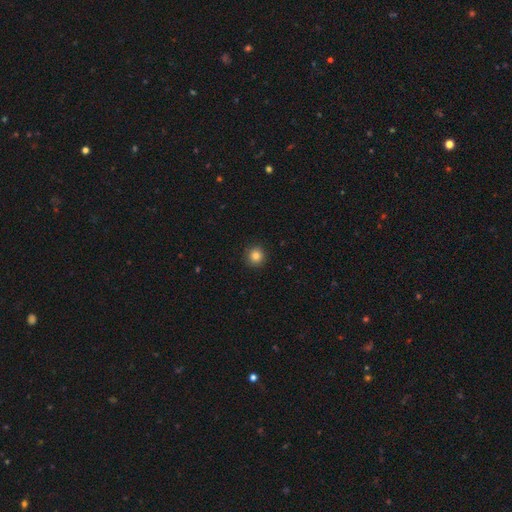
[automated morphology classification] type=smooth (83%); roundness=round (93%); merging=none (91%).